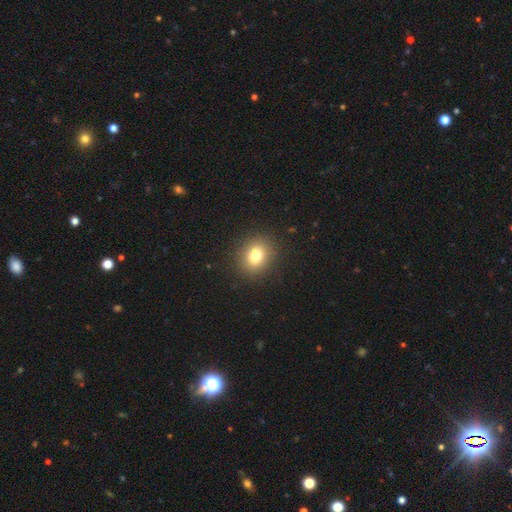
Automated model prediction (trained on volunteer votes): Q: Smooth or featured?
A: smooth (79%); runner-up: star or artifact (12%)
Q: How rounded?
A: round (60%); runner-up: in between (39%)
Q: Merging?
A: none (89%); runner-up: minor disturbance (7%)